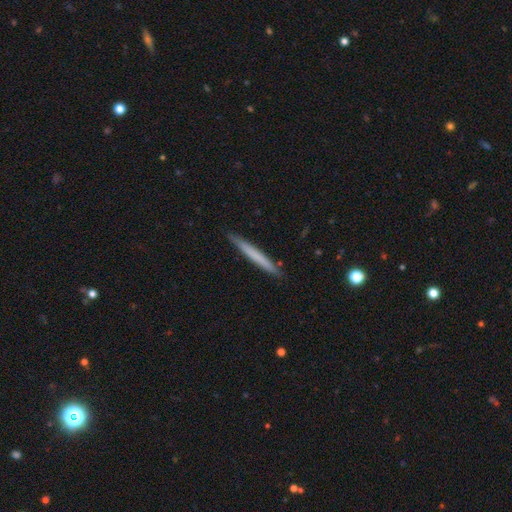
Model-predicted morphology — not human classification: Overall: smooth (62%; featured or disk 32%). How rounded: cigar-shaped (97%). Merging: none (89%).